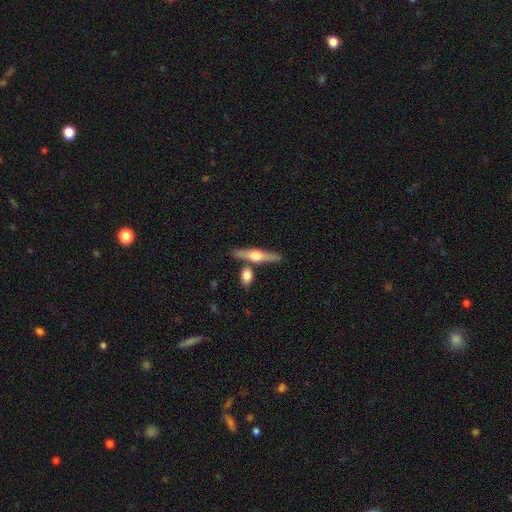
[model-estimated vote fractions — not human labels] A featured or disk galaxy (67%) viewed edge-on (96%) with a rounded central bulge (94%).

Vote fractions:
- Smooth or featured? featured or disk: 67% / smooth: 28% / star or artifact: 5%
- Edge-on disk? yes: 96% / no: 4%
- Edge-on bulge? rounded: 94% / boxy: 4% / none: 2%
- Merging? none: 72% / merger: 17% / minor disturbance: 9% / major disturbance: 3%